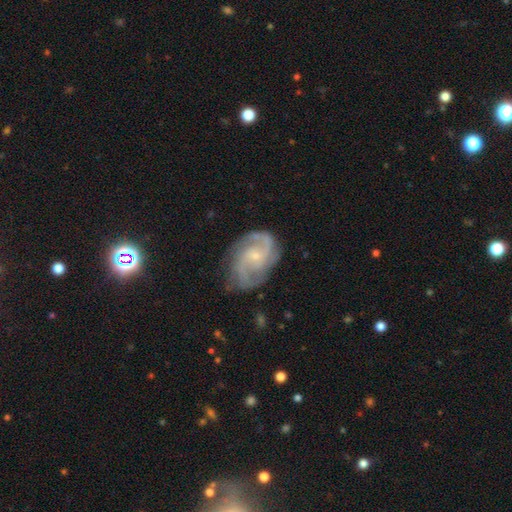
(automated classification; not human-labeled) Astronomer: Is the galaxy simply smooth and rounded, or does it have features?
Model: featured or disk — 89%.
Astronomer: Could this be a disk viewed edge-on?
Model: no — 98%.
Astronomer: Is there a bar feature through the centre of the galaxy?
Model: no — 58% (runner-up: weak, 35%).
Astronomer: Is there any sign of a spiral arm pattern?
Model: yes — 98%.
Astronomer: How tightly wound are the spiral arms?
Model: medium — 54%.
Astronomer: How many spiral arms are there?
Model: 2 — 69%.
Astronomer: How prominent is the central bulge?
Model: small — 75%.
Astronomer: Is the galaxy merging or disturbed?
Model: none — 72%.